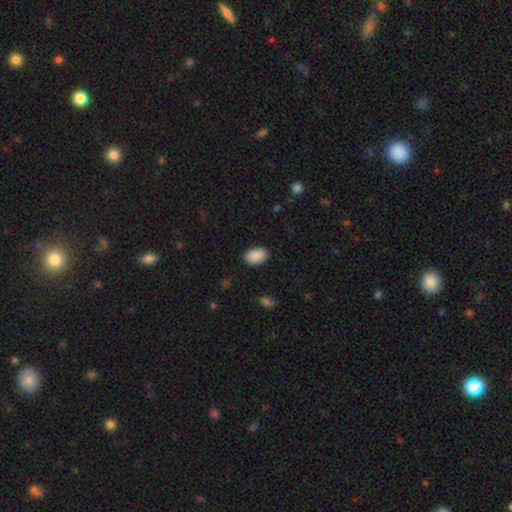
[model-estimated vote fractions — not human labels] This is clearly a smooth galaxy (90%). How rounded: clearly in between (90%). Merging: clearly none (89%).